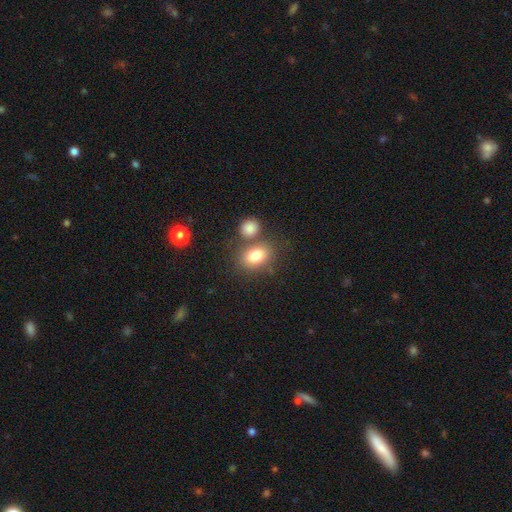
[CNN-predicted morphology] A smooth galaxy with no disk features (81%) that is in between round and cigar-shaped (68%). Merging: none (60%).